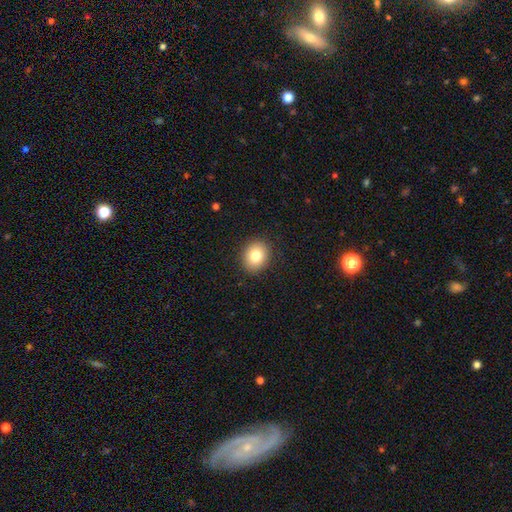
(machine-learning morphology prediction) smooth_or_featured: smooth (p=0.81) [alt: featured or disk p=0.10]
how_rounded: round (p=0.62) [alt: in between p=0.37]
merging: none (p=0.89) [alt: minor disturbance p=0.07]